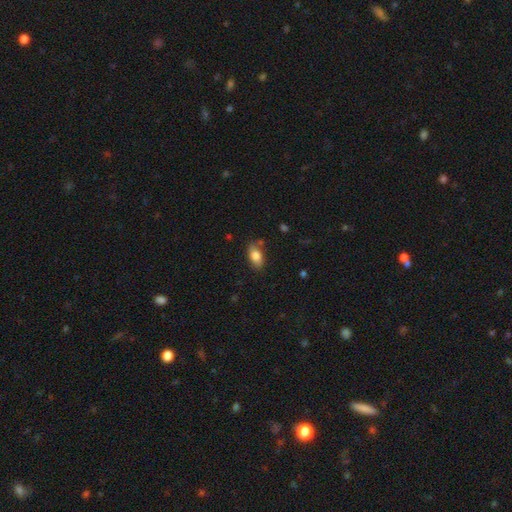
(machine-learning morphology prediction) Smooth or featured? Predicted: smooth (p=0.83). How rounded? Predicted: in between (p=0.90). Merging? Predicted: none (p=0.75).